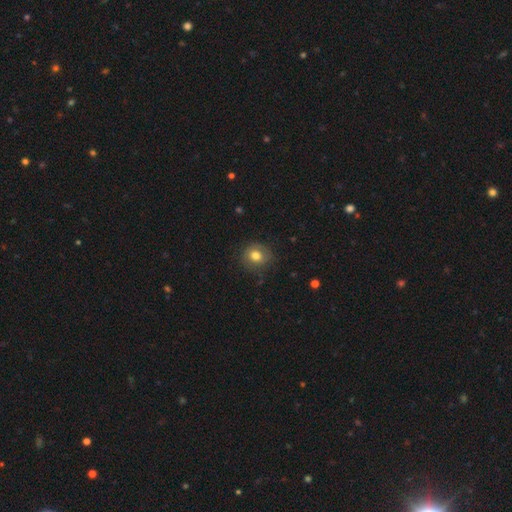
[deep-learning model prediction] Smooth or featured? Predicted: smooth (p=0.74). How rounded? Predicted: round (p=0.76). Merging? Predicted: none (p=0.75).